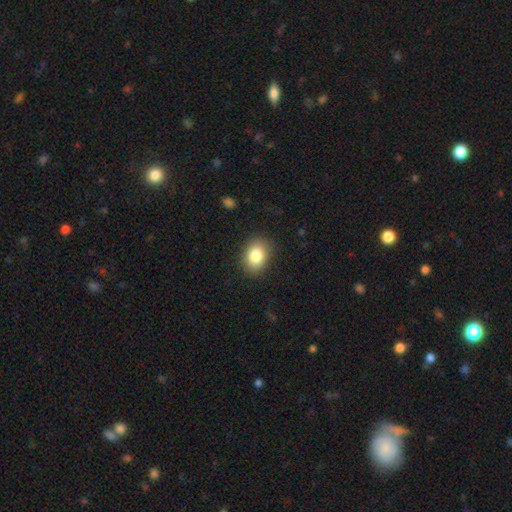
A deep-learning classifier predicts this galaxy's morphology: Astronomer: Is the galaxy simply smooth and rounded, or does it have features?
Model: smooth — 85%.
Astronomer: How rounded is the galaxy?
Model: in between — 67%.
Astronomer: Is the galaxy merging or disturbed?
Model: none — 87%.